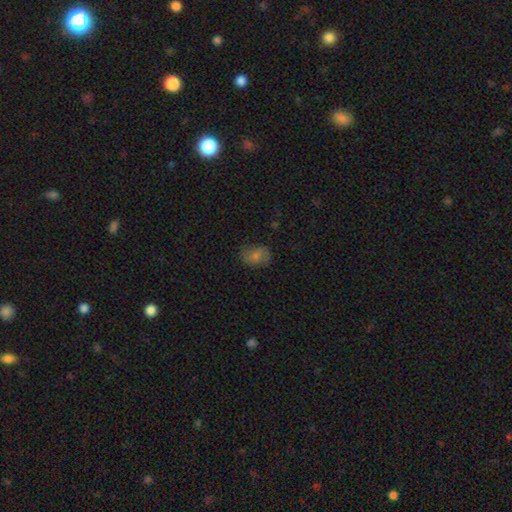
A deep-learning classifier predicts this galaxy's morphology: Smooth or featured?
  - smooth: 61% *
  - featured or disk: 25%
  - star or artifact: 14%
How rounded?
  - in between: 74% *
  - round: 24%
  - cigar-shaped: 1%
Merging?
  - none: 76% *
  - minor disturbance: 18%
  - major disturbance: 5%
  - merger: 1%